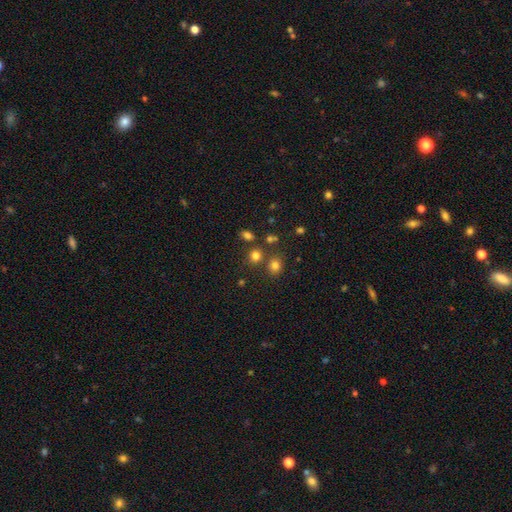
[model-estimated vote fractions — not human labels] A smooth galaxy with no disk features (76%) that is round (73%).

Vote fractions:
- Smooth or featured? smooth: 76% / star or artifact: 17% / featured or disk: 6%
- How rounded? round: 73% / in between: 26% / cigar-shaped: 1%
- Merging? none: 73% / merger: 14% / minor disturbance: 9% / major disturbance: 4%